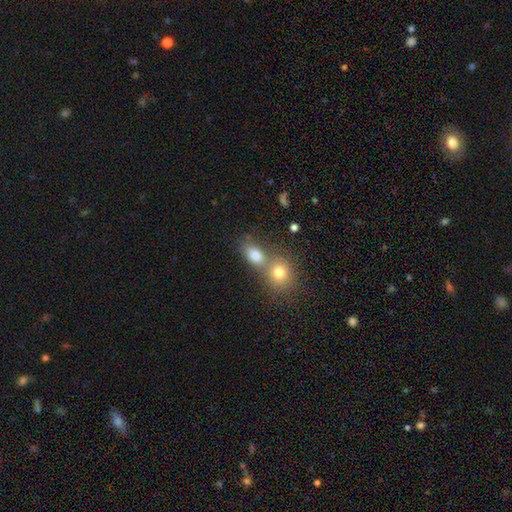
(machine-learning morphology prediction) Smooth or featured?
  - smooth: 75% *
  - star or artifact: 13%
  - featured or disk: 12%
How rounded?
  - in between: 64% *
  - round: 33%
  - cigar-shaped: 3%
Merging?
  - merger: 51% *
  - none: 38%
  - minor disturbance: 7%
  - major disturbance: 3%